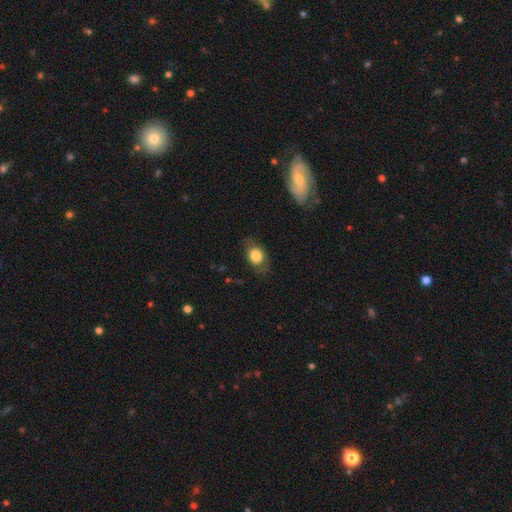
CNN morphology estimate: smooth_or_featured: smooth (p=0.77) [alt: featured or disk p=0.16]
how_rounded: in between (p=0.73) [alt: round p=0.25]
merging: none (p=0.76) [alt: minor disturbance p=0.16]